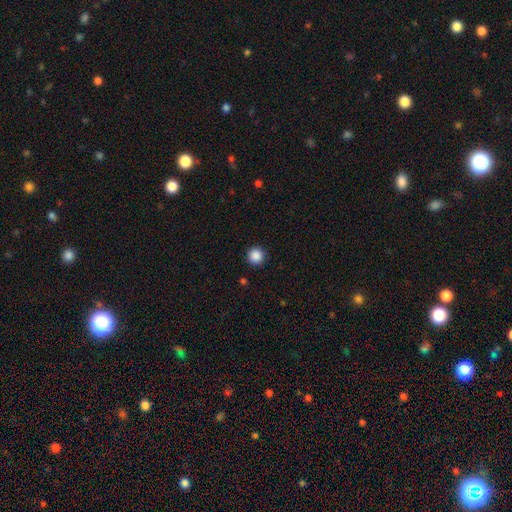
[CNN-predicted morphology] A smooth galaxy with no disk features (87%) that is round (96%). Merging: none (92%).